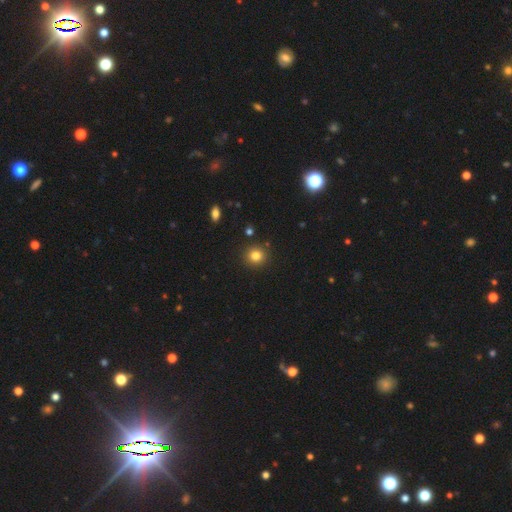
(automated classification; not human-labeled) Q: Smooth or featured?
A: smooth (82%); runner-up: star or artifact (12%)
Q: How rounded?
A: round (91%); runner-up: in between (8%)
Q: Merging?
A: none (90%); runner-up: minor disturbance (6%)